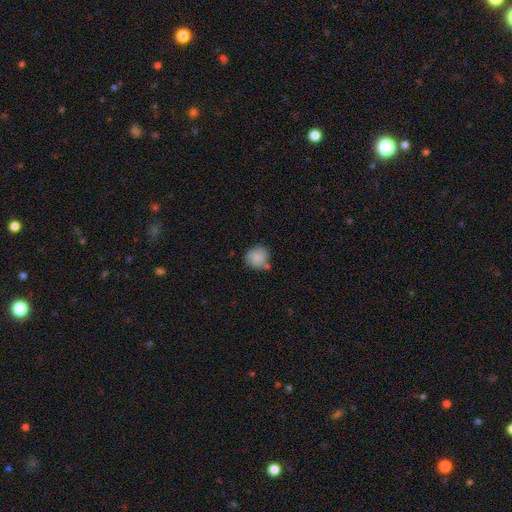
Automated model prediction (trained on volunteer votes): Morphology: type=smooth (78%); roundness=round (84%); merging=none (59%).